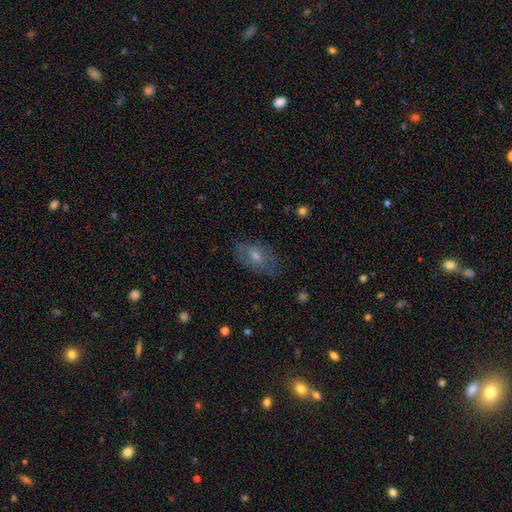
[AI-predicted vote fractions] This is possibly a featured or disk galaxy (52%). It is clearly not viewed edge-on (91%). Merging: likely none (74%).